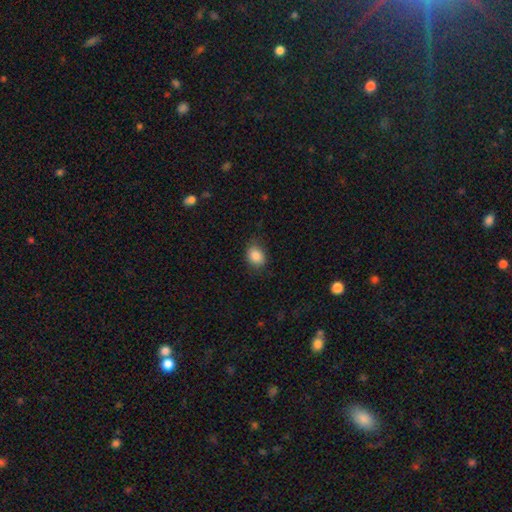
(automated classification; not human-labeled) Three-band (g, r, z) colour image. It shows a smooth galaxy with no disk features (86%) that is in between round and cigar-shaped (53%). Merging: none (76%).